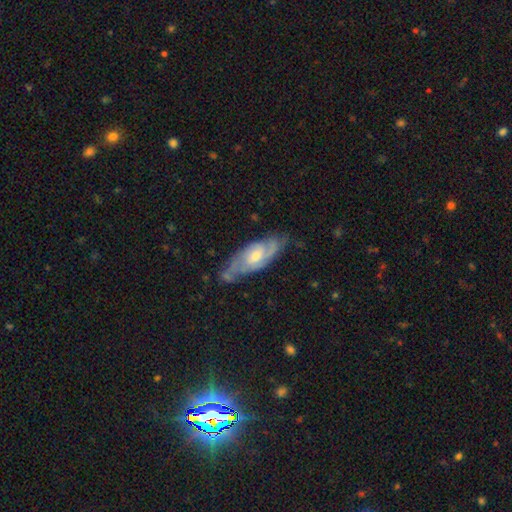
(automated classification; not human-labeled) featured or disk 79%, smooth 15%, star or artifact 5%. Down the decision tree: edge-on disk — no (87%); bar — no (51%); spiral arms — yes (93%); spiral arm count — 2 (69%); spiral winding — tight (45%); bulge size — moderate (55%); merging — none (69%).